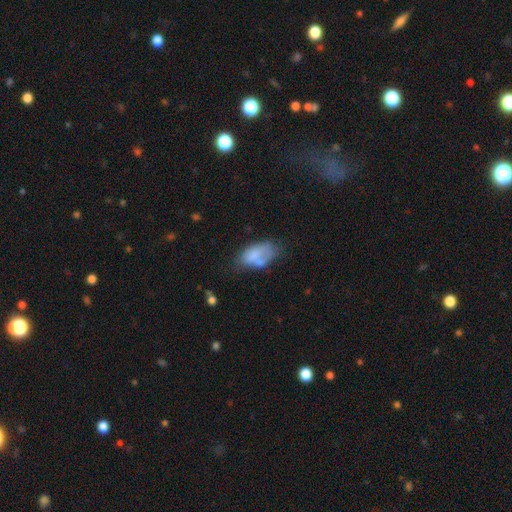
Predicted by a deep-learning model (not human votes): A smooth galaxy with no disk features (66%) that is in between round and cigar-shaped (92%).

Vote fractions:
- Smooth or featured? smooth: 66% / featured or disk: 26% / star or artifact: 9%
- How rounded? in between: 92% / round: 6% / cigar-shaped: 2%
- Merging? none: 37% / minor disturbance: 29% / merger: 17% / major disturbance: 17%